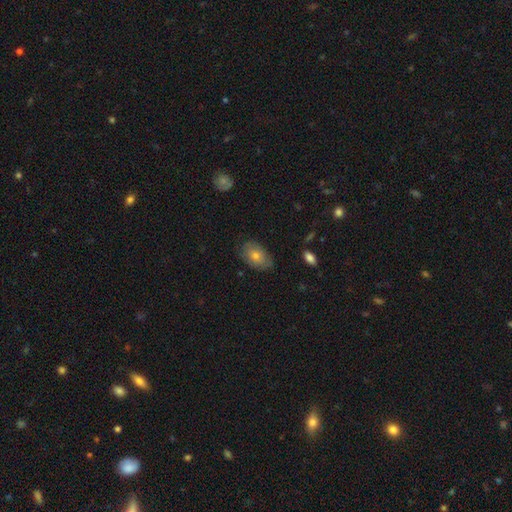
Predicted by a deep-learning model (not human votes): A smooth galaxy with no disk features (65%) that is in between round and cigar-shaped (87%).

Vote fractions:
- Smooth or featured? smooth: 65% / featured or disk: 25% / star or artifact: 9%
- How rounded? in between: 87% / round: 11% / cigar-shaped: 2%
- Merging? none: 75% / minor disturbance: 20% / major disturbance: 4% / merger: 1%